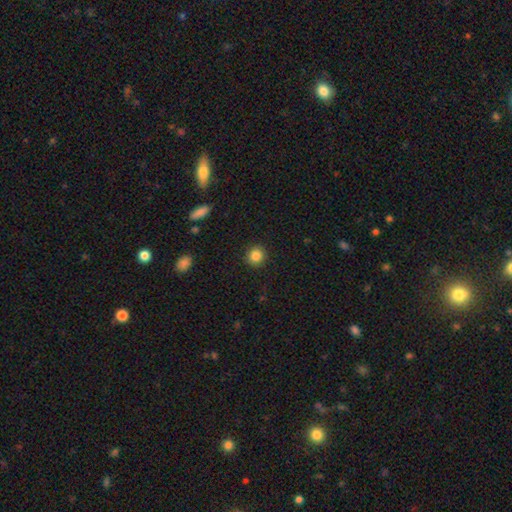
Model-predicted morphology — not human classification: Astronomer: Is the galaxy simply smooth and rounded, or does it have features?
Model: smooth — 86%.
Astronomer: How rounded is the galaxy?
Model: round — 88%.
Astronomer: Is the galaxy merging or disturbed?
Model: none — 90%.